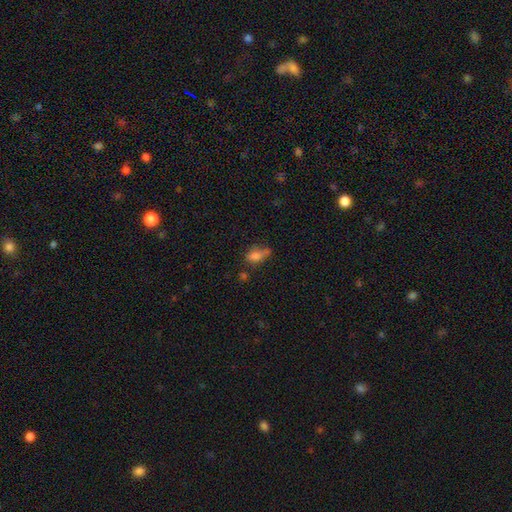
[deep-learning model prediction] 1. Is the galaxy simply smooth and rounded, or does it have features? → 71% smooth, 16% featured or disk, 13% star or artifact.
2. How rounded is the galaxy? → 77% in between, 11% round, 11% cigar-shaped.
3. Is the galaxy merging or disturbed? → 34% none, 32% minor disturbance, 21% major disturbance, 13% merger.